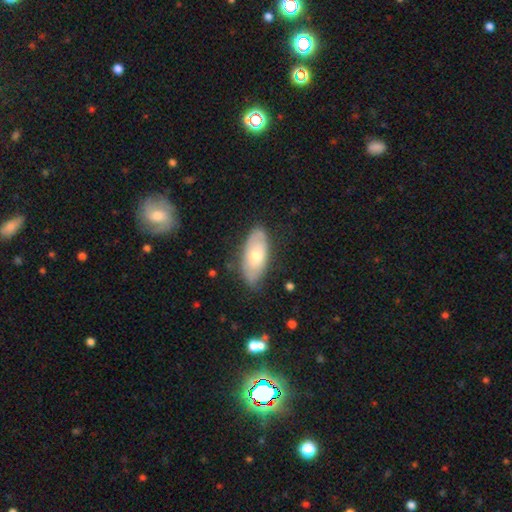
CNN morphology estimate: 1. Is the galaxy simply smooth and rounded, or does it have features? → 57% smooth, 37% featured or disk, 6% star or artifact.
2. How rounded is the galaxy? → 88% in between, 9% cigar-shaped, 3% round.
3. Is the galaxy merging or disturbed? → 77% none, 18% minor disturbance, 3% major disturbance, 2% merger.